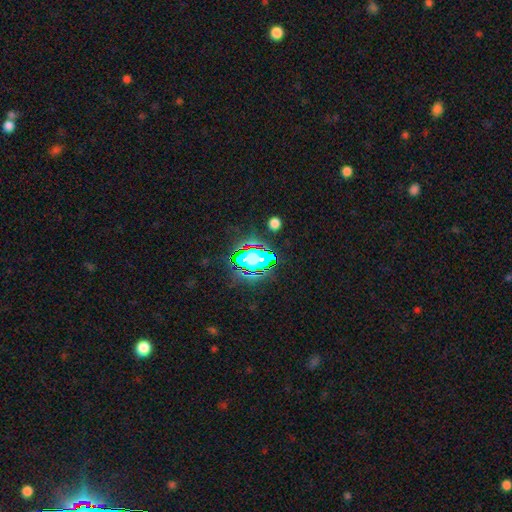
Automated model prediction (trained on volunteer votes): Morphology: type=star or artifact (76%).